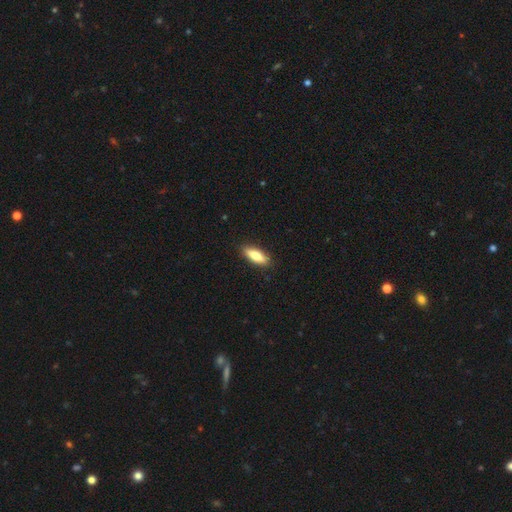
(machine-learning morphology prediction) Smooth or featured? Predicted: smooth (p=0.80). How rounded? Predicted: in between (p=0.59). Merging? Predicted: none (p=0.89).